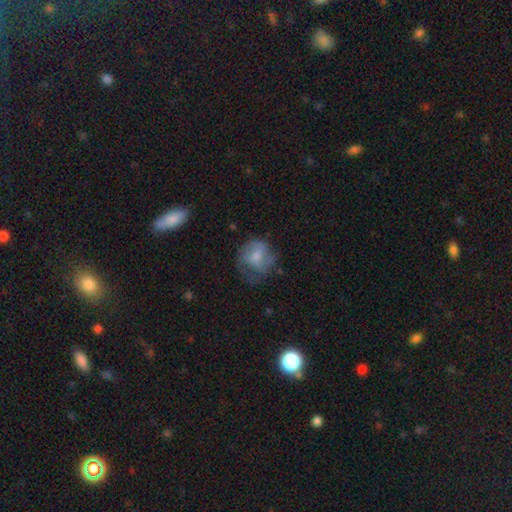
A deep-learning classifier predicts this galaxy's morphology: type=smooth (52%); roundness=round (66%); merging=none (55%).